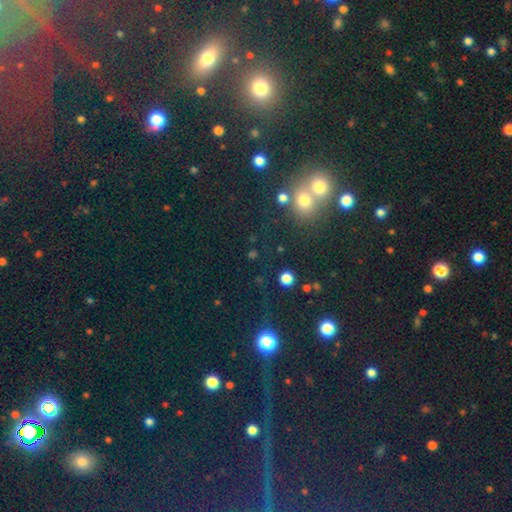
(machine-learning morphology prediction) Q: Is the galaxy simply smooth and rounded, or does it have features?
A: star or artifact — 46%.